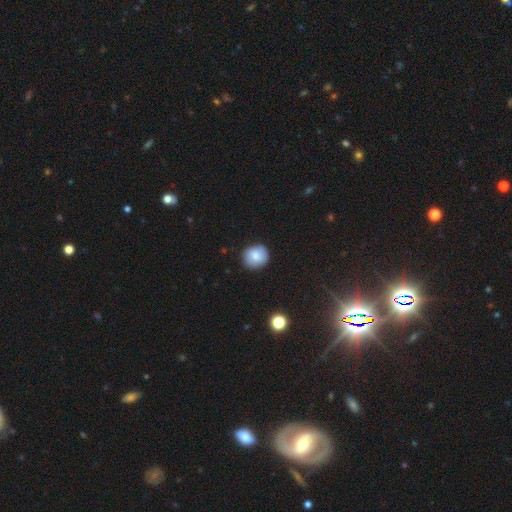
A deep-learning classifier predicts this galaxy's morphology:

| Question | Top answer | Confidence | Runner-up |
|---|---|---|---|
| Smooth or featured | smooth | 76% | featured or disk (16%) |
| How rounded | round | 86% | in between (13%) |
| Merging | none | 83% | minor disturbance (13%) |